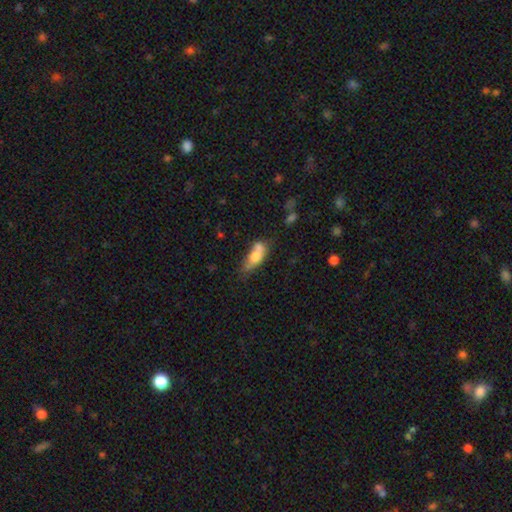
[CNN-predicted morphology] A smooth galaxy with no disk features (64%) that is in between round and cigar-shaped (67%).

Vote fractions:
- Smooth or featured? smooth: 64% / featured or disk: 27% / star or artifact: 9%
- How rounded? in between: 67% / cigar-shaped: 26% / round: 7%
- Merging? merger: 38% / none: 31% / minor disturbance: 20% / major disturbance: 11%